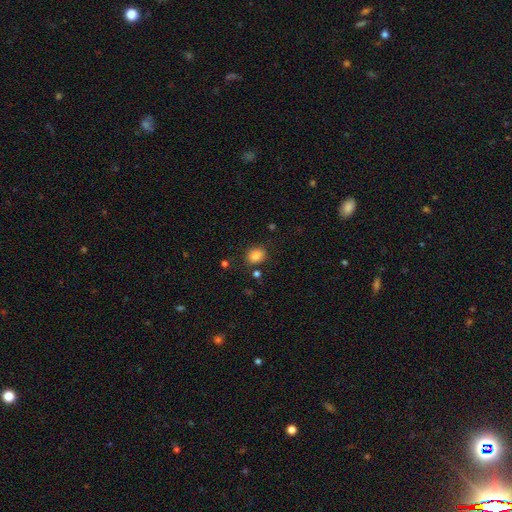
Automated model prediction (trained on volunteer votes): smooth 85%, star or artifact 11%, featured or disk 5%. Down the decision tree: how rounded — round (58%); merging — none (82%).